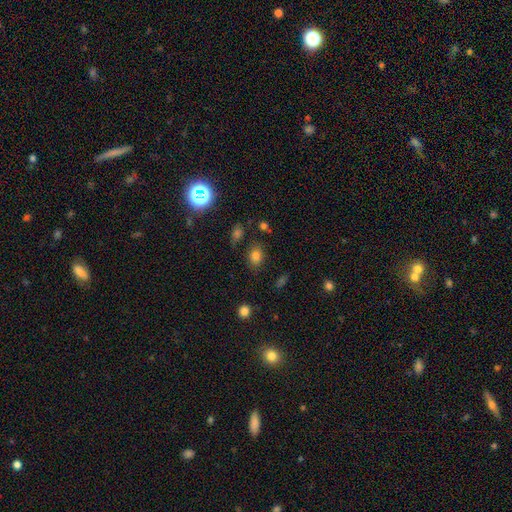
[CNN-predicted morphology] A smooth galaxy with no disk features (78%) that is in between round and cigar-shaped (65%).

Vote fractions:
- Smooth or featured? smooth: 78% / star or artifact: 14% / featured or disk: 8%
- How rounded? in between: 65% / round: 34% / cigar-shaped: 1%
- Merging? none: 80% / minor disturbance: 13% / major disturbance: 4% / merger: 3%